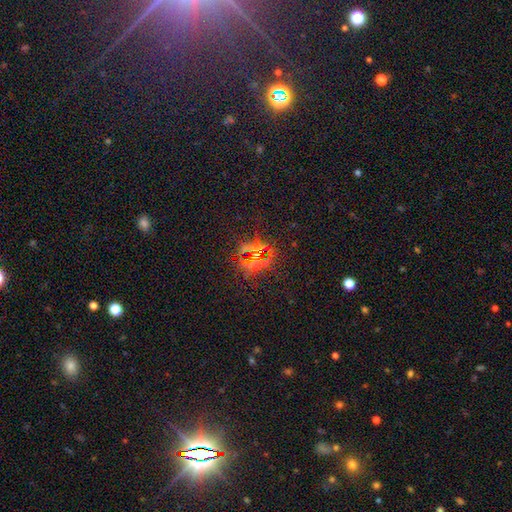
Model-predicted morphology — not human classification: This is likely a star or artifact rather than a galaxy (67%).